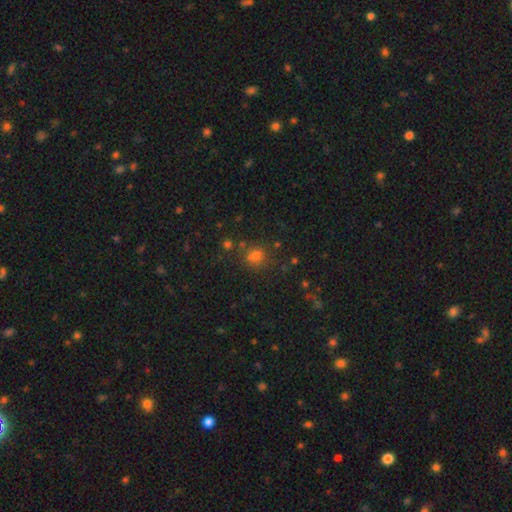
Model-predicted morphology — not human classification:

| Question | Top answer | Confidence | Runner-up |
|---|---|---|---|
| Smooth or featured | smooth | 65% | star or artifact (27%) |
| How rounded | round | 85% | in between (14%) |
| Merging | none | 69% | merger (15%) |